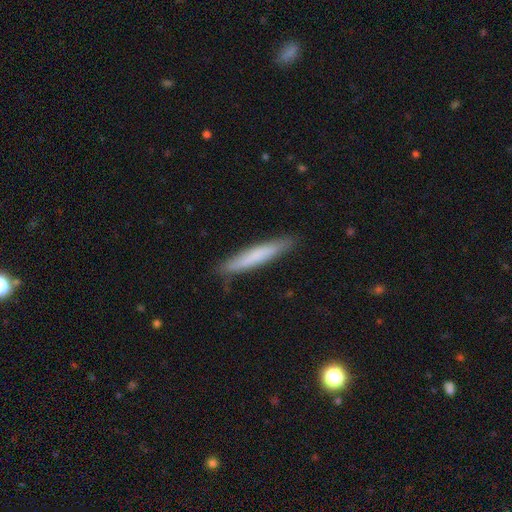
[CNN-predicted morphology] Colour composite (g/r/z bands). It shows a smooth galaxy with no disk features (70%) that is cigar-shaped (94%). Merging: none (86%).